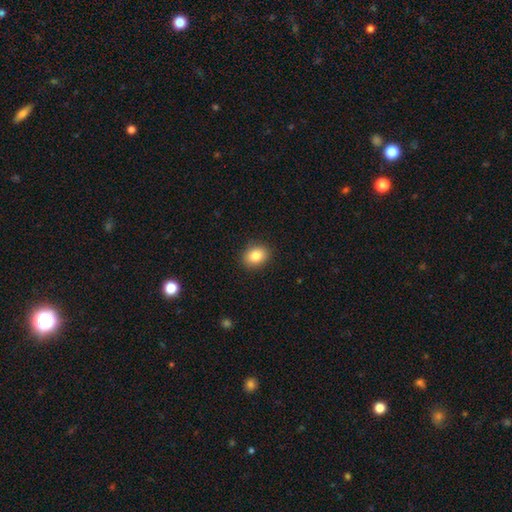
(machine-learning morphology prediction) Smooth or featured?
  - smooth: 86% *
  - star or artifact: 9%
  - featured or disk: 6%
How rounded?
  - in between: 60% *
  - round: 39%
  - cigar-shaped: 1%
Merging?
  - none: 89% *
  - minor disturbance: 8%
  - major disturbance: 2%
  - merger: 1%